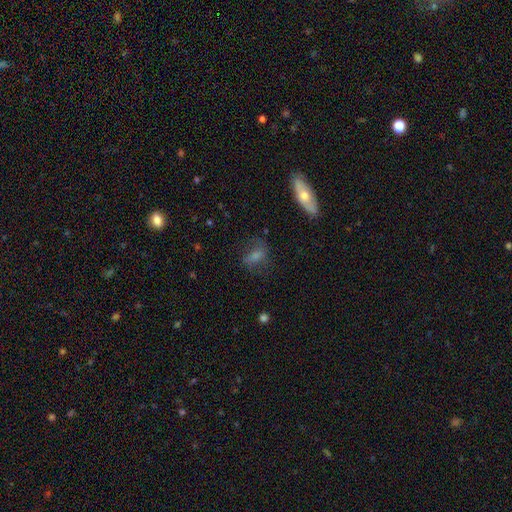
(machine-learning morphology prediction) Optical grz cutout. It shows a smooth galaxy with no disk features (62%) that is in between round and cigar-shaped (76%). Merging: none (57%).